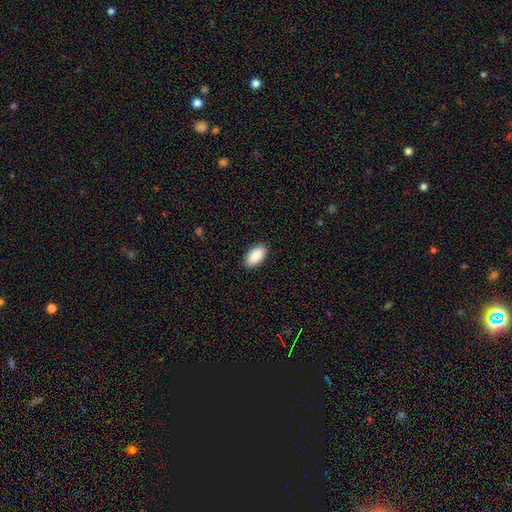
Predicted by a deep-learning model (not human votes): A smooth galaxy with no disk features (90%) that is in between round and cigar-shaped (95%). Merging: none (89%).